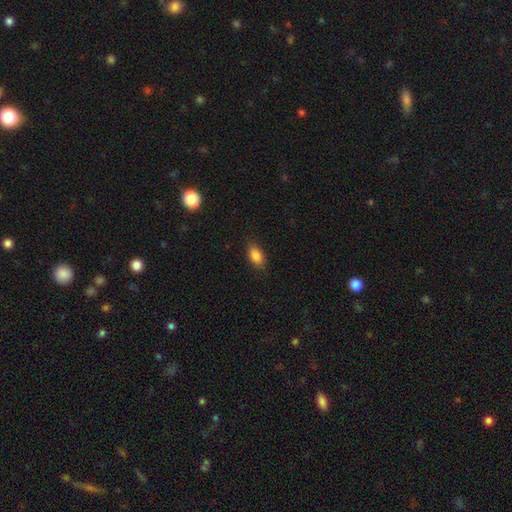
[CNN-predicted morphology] The model was most divided on "merging": none: 84%, minor disturbance: 12%, major disturbance: 3%, merger: 1%. More confident: how rounded — in between (88%); smooth or featured — smooth (86%).